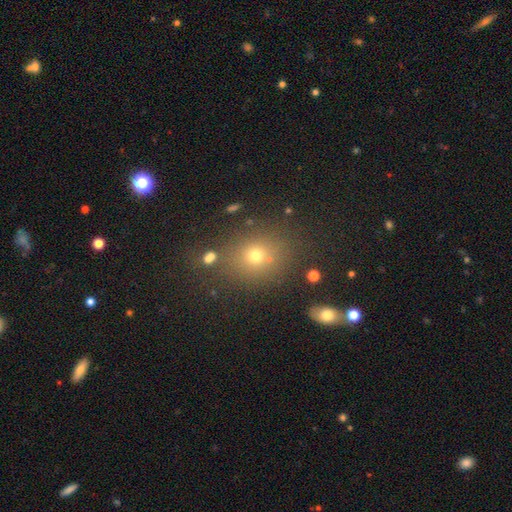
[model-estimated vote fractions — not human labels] Smooth or featured? smooth (65%)
How rounded? round (71%)
Merging? none (77%)